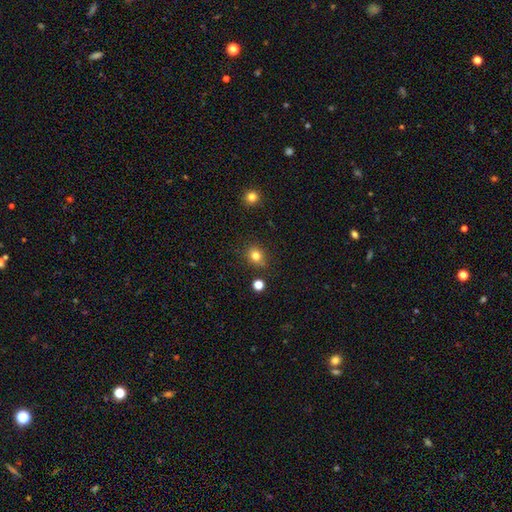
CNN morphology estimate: smooth-or-featured: smooth: 80% | star or artifact: 14% | featured or disk: 6%
  how-rounded: round: 67% | in between: 32% | cigar-shaped: 1%
  merging: none: 77% | minor disturbance: 15% | merger: 4% | major disturbance: 4%